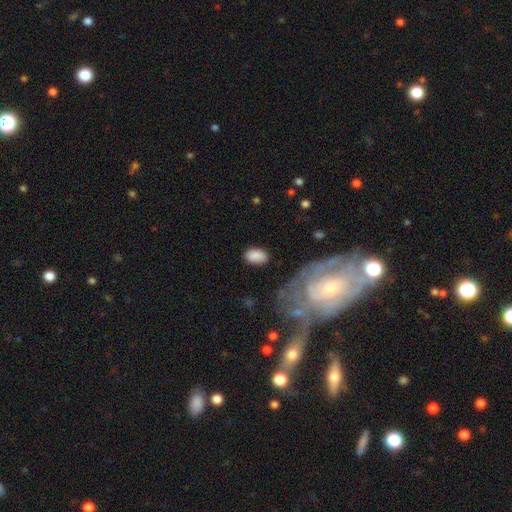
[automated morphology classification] A smooth galaxy with no disk features (85%) that is in between round and cigar-shaped (92%). Merging: none (79%).